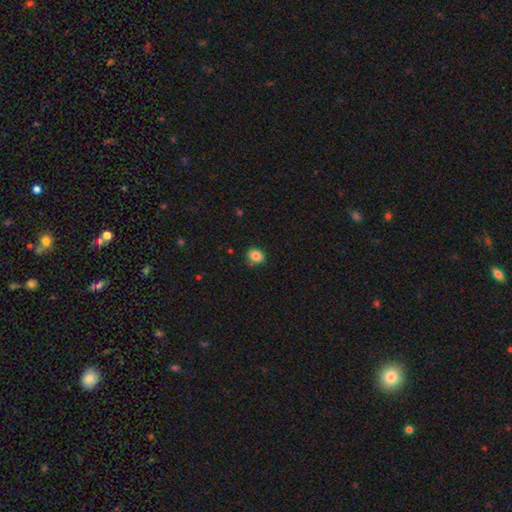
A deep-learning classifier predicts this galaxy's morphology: smooth 85%, star or artifact 10%, featured or disk 5%. Down the decision tree: how rounded — round (57%); merging — none (81%).